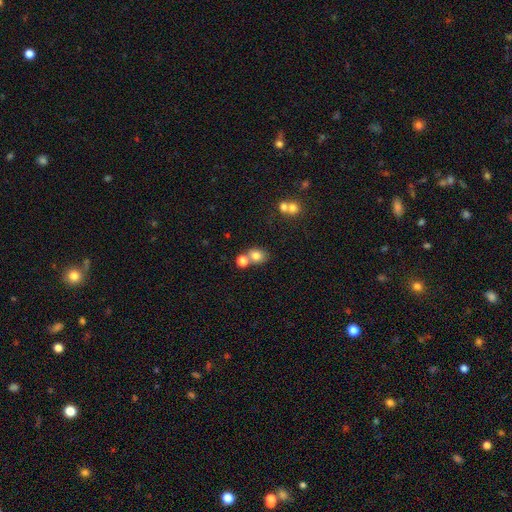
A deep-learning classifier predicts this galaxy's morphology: Overall: smooth (77%). How rounded: round (50%; in between 49%). Merging: none (55%; merger 30%).